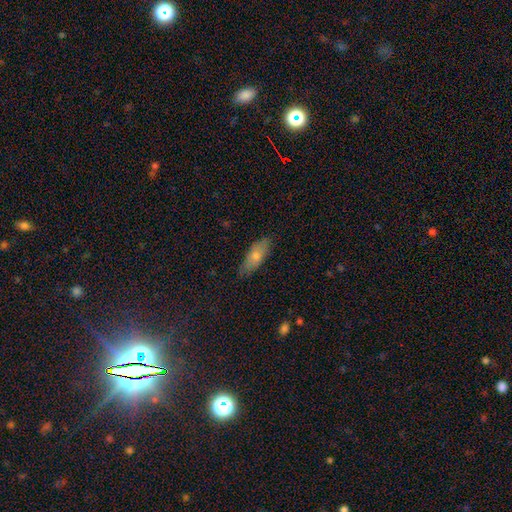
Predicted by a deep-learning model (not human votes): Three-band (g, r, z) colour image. It shows a smooth galaxy with no disk features (73%) that is in between round and cigar-shaped (71%). Merging: none (78%).